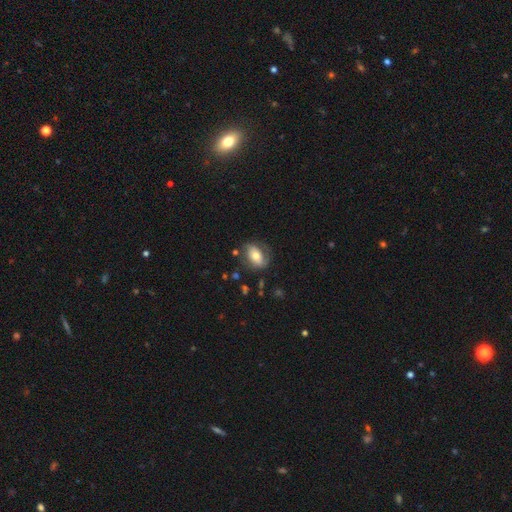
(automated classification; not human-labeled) smooth-or-featured: smooth: 56% | featured or disk: 36% | star or artifact: 7%
  how-rounded: in between: 82% | round: 15% | cigar-shaped: 3%
  merging: none: 65% | minor disturbance: 21% | major disturbance: 11% | merger: 3%